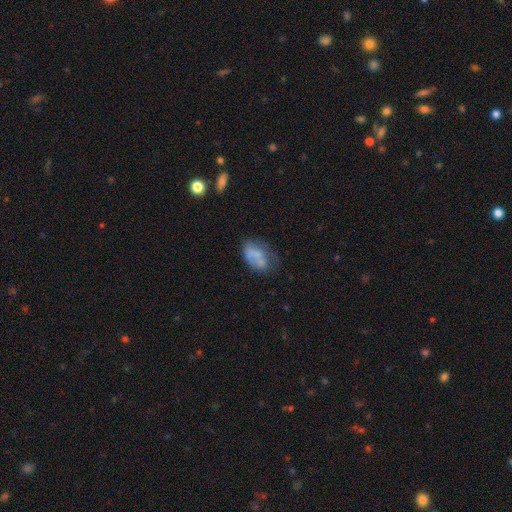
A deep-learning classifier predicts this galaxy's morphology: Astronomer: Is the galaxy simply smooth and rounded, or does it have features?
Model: smooth — 60%.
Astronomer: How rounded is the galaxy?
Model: in between — 87%.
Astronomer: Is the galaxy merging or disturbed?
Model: none — 36% (runner-up: minor disturbance, 27%).